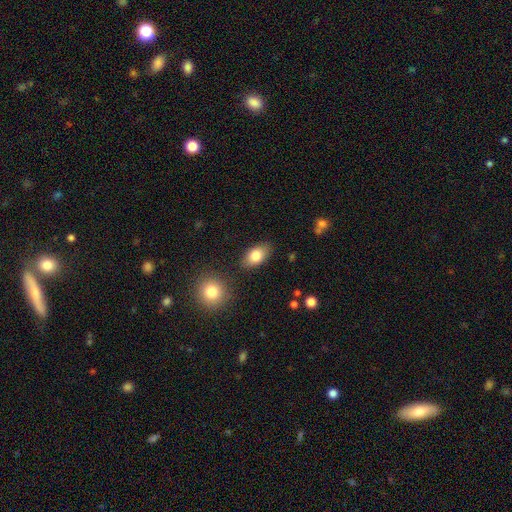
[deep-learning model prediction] smooth-or-featured: smooth: 81% | featured or disk: 11% | star or artifact: 7%
  how-rounded: in between: 89% | round: 8% | cigar-shaped: 2%
  merging: none: 84% | minor disturbance: 11% | merger: 3% | major disturbance: 3%